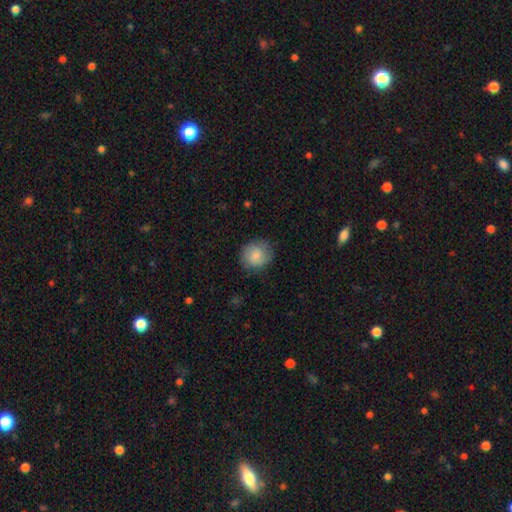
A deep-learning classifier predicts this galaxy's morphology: A smooth galaxy with no disk features (83%) that is round (83%). Merging: none (80%).